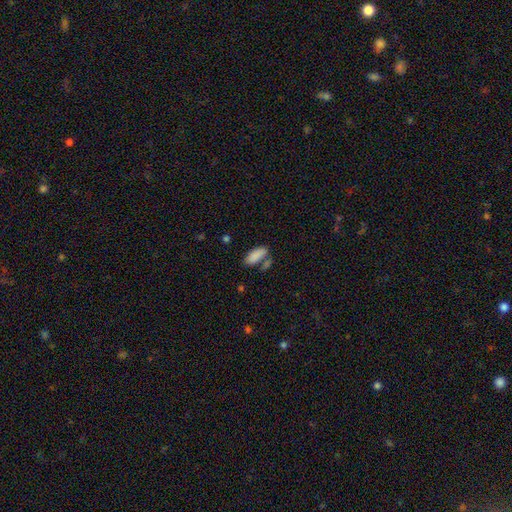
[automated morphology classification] Overall: smooth (86%). How rounded: in between (81%). Merging: none (57%; merger 23%).